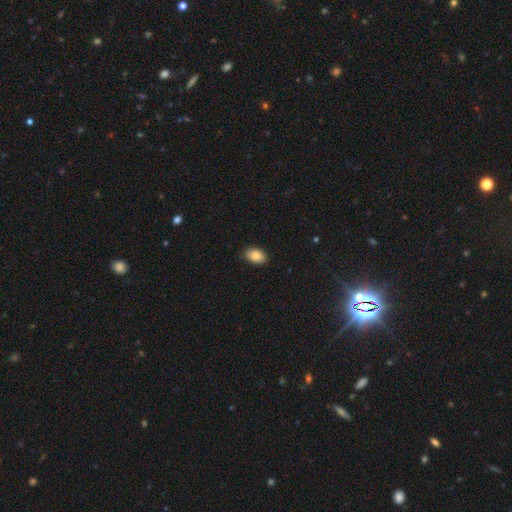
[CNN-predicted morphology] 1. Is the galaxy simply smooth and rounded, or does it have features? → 86% smooth, 8% star or artifact, 6% featured or disk.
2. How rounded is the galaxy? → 88% in between, 10% round, 1% cigar-shaped.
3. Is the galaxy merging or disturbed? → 85% none, 12% minor disturbance, 2% major disturbance, 1% merger.